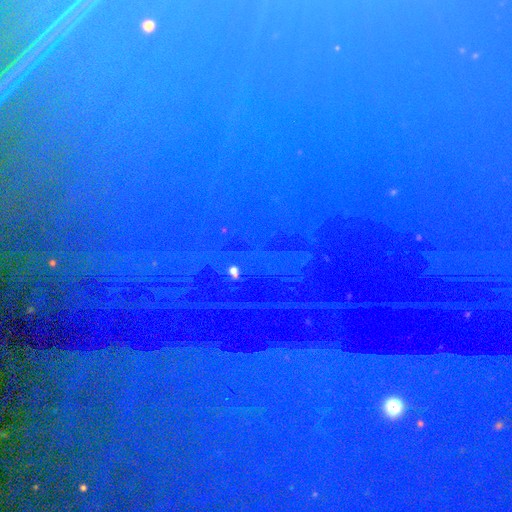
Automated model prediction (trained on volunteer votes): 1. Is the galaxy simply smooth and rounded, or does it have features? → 84% star or artifact, 8% featured or disk, 8% smooth.